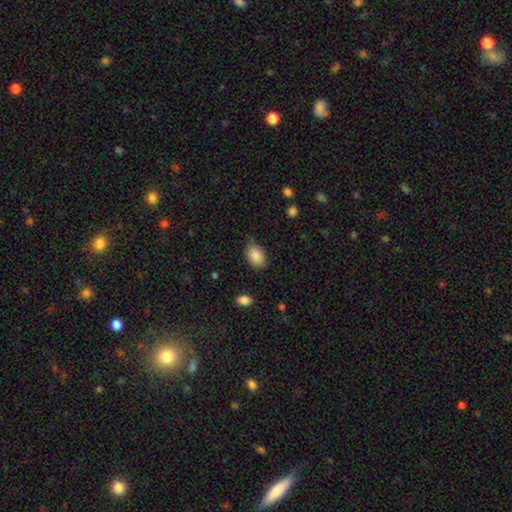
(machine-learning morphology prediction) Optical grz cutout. It shows a smooth galaxy with no disk features (87%) that is in between round and cigar-shaped (85%). Merging: none (67%).